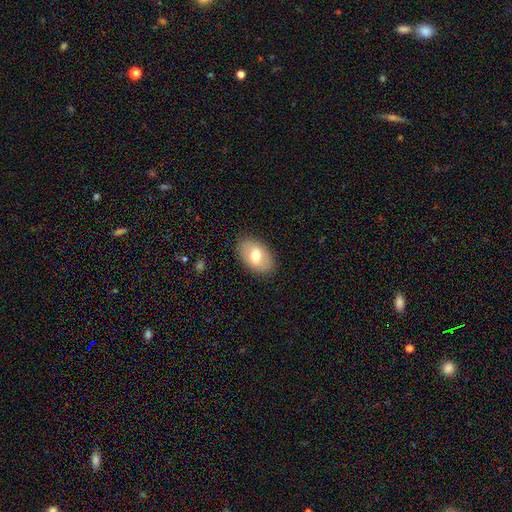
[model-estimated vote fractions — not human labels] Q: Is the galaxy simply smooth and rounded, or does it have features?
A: smooth — 66%.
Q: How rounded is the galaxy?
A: in between — 90%.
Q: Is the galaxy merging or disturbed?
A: none — 86%.